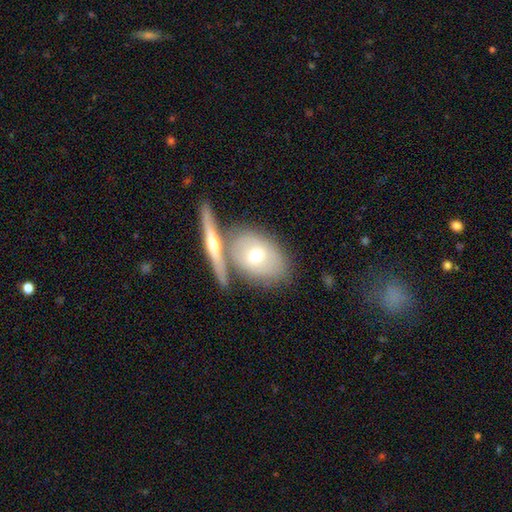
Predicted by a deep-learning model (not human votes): Morphology: type=smooth (55%); roundness=in between (74%); merging=none (56%).